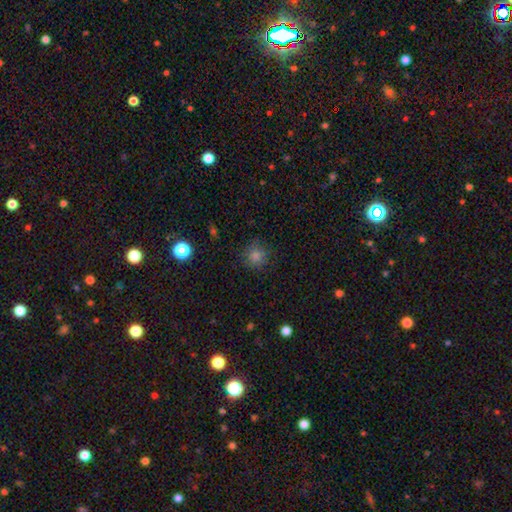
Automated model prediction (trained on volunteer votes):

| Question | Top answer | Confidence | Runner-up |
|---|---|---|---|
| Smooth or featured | smooth | 77% | star or artifact (17%) |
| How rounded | round | 92% | in between (7%) |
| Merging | none | 85% | minor disturbance (11%) |